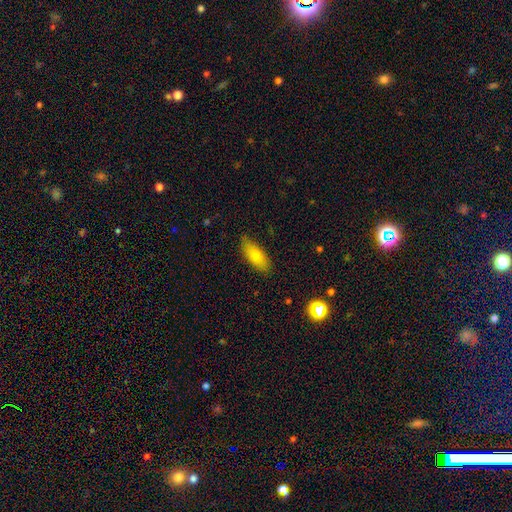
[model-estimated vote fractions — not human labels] Overall: smooth (76%). How rounded: in between (76%). Merging: none (84%).